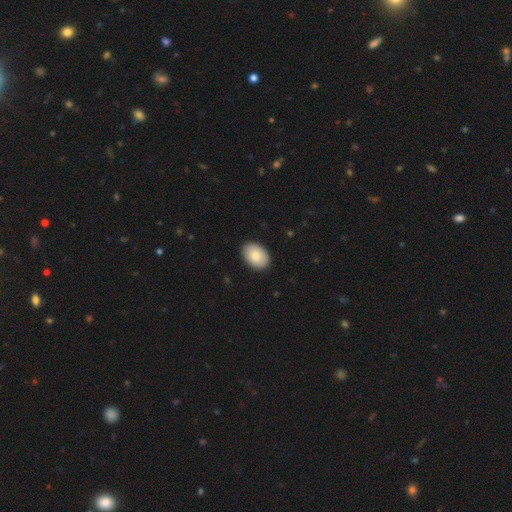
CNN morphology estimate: Smooth or featured? Predicted: smooth (p=0.82). How rounded? Predicted: in between (p=0.83). Merging? Predicted: none (p=0.89).